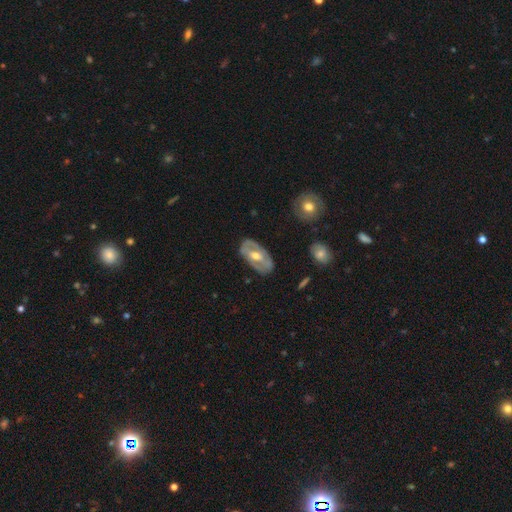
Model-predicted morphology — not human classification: Q: Smooth or featured?
A: featured or disk (68%); runner-up: smooth (27%)
Q: Edge-on disk?
A: no (91%); runner-up: yes (9%)
Q: Bar?
A: no (40%); runner-up: weak (37%)
Q: Spiral arms?
A: no (57%); runner-up: yes (43%)
Q: Bulge size?
A: moderate (73%); runner-up: small (19%)
Q: Merging?
A: none (77%); runner-up: minor disturbance (16%)